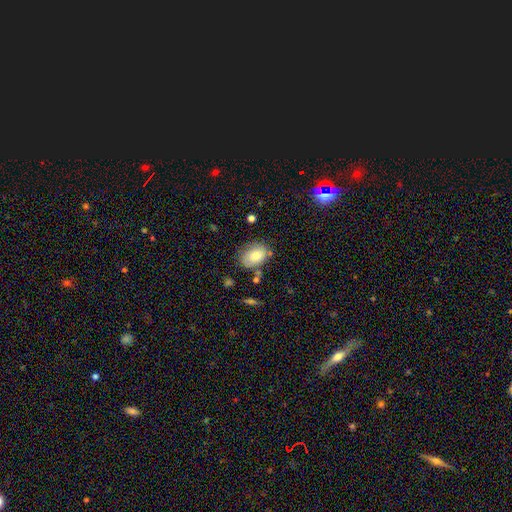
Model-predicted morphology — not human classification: Smooth or featured? smooth (72%)
How rounded? in between (77%)
Merging? none (67%)